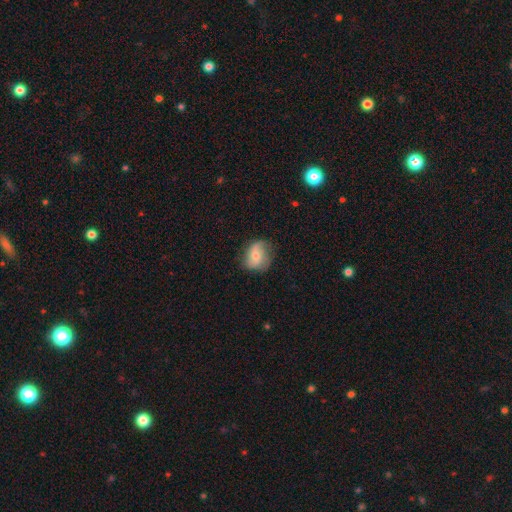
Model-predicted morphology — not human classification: smooth-or-featured: smooth: 52% | featured or disk: 40% | star or artifact: 8%
  how-rounded: round: 58% | in between: 41% | cigar-shaped: 1%
  merging: none: 65% | minor disturbance: 25% | major disturbance: 9% | merger: 1%